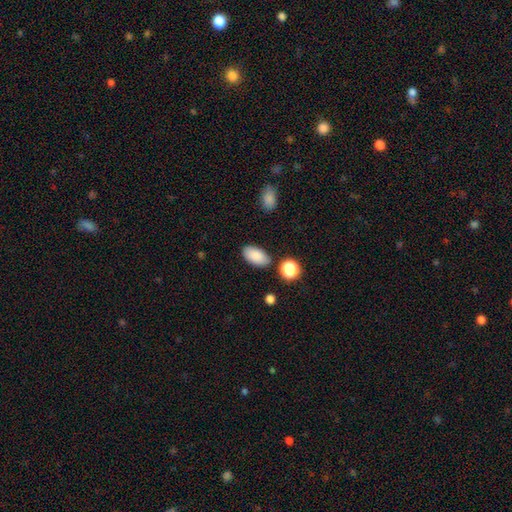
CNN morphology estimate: Smooth or featured?
  - smooth: 87% *
  - star or artifact: 8%
  - featured or disk: 6%
How rounded?
  - in between: 94% *
  - round: 4%
  - cigar-shaped: 2%
Merging?
  - none: 83% *
  - minor disturbance: 11%
  - merger: 4%
  - major disturbance: 3%